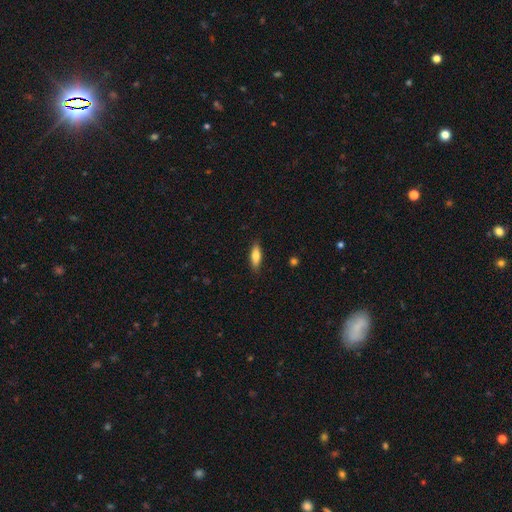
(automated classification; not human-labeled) smooth-or-featured: smooth: 79% | featured or disk: 15% | star or artifact: 6%
  how-rounded: in between: 58% | cigar-shaped: 40% | round: 2%
  merging: none: 86% | minor disturbance: 11% | major disturbance: 2% | merger: 1%